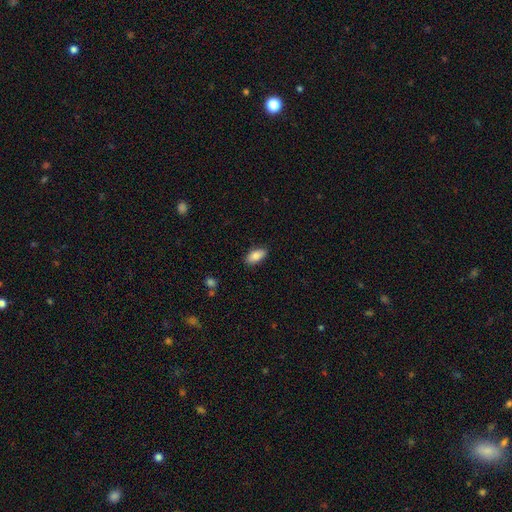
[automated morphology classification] smooth-or-featured: smooth: 85% | featured or disk: 8% | star or artifact: 7%
  how-rounded: in between: 91% | cigar-shaped: 6% | round: 3%
  merging: none: 86% | minor disturbance: 10% | major disturbance: 2% | merger: 1%